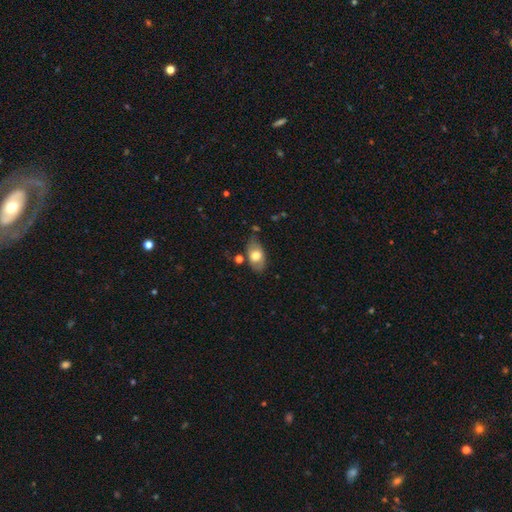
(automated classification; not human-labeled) Overall: smooth (69%). How rounded: in between (90%). Merging: none (69%).